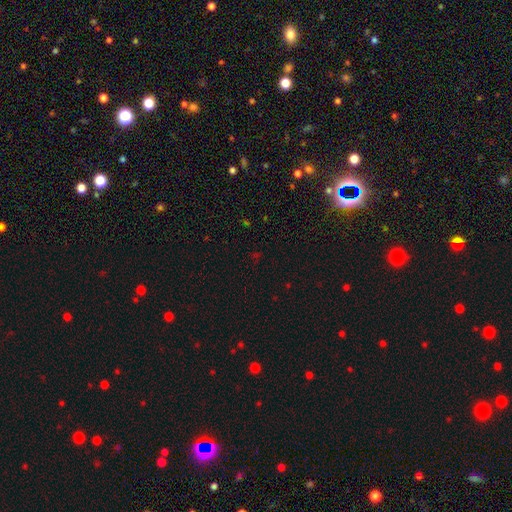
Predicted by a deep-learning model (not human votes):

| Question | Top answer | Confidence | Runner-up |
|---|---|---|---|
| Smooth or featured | star or artifact | 67% | smooth (25%) |